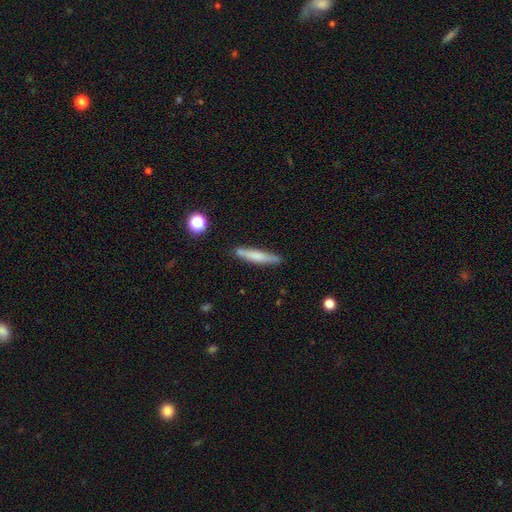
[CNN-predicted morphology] Smooth or featured? smooth (64%)
How rounded? cigar-shaped (92%)
Merging? none (81%)